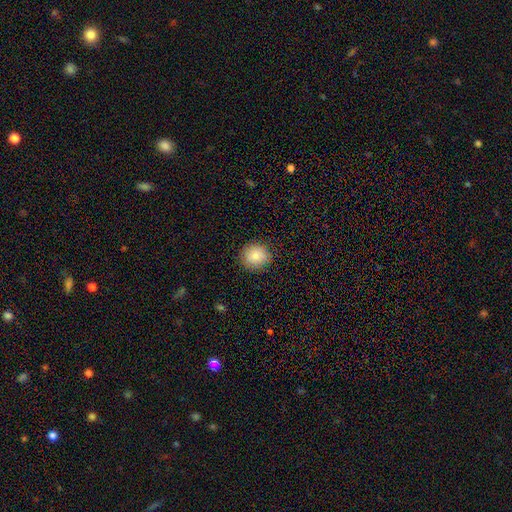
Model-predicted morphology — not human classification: This appears to be a smooth galaxy with no disk features (84%) that is round (88%). Merging: none (88%).